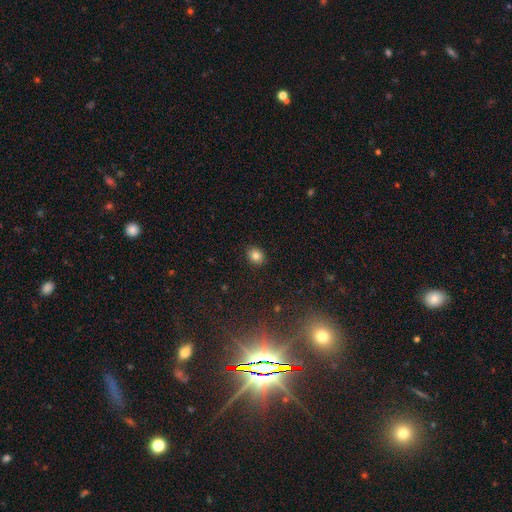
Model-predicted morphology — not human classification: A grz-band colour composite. It shows a smooth galaxy with no disk features (83%) that is round (60%). Merging: none (89%).